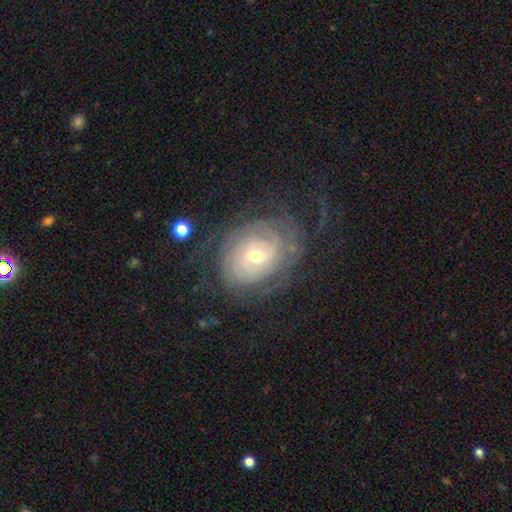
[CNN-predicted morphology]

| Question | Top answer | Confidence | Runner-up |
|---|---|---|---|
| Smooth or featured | featured or disk | 81% | smooth (12%) |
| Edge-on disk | no | 96% | yes (4%) |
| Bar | no | 66% | weak (26%) |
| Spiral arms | yes | 90% | no (10%) |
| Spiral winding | tight | 75% | medium (18%) |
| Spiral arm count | can't tell | 48% | 2 (18%) |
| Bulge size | moderate | 57% | small (37%) |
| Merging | none | 68% | minor disturbance (17%) |